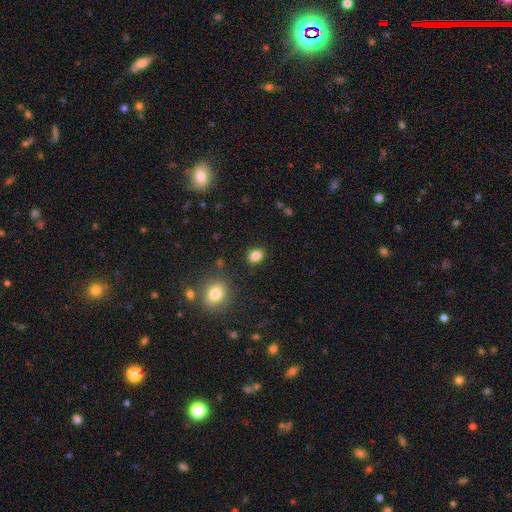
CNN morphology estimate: This is clearly a smooth galaxy (85%). How rounded: likely in between (70%). Merging: clearly none (85%).